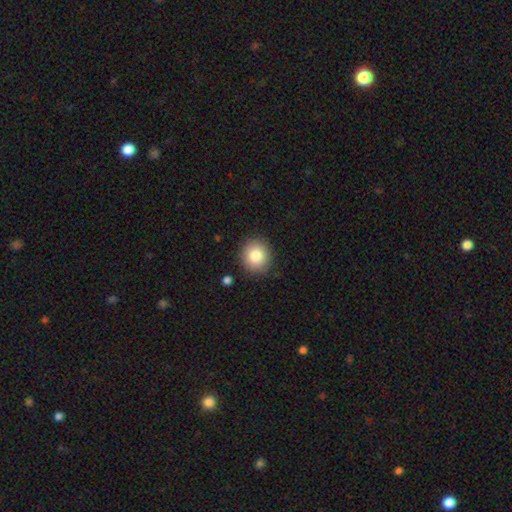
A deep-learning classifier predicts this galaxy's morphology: Smooth or featured? Predicted: smooth (p=0.84). How rounded? Predicted: round (p=0.87). Merging? Predicted: none (p=0.89).